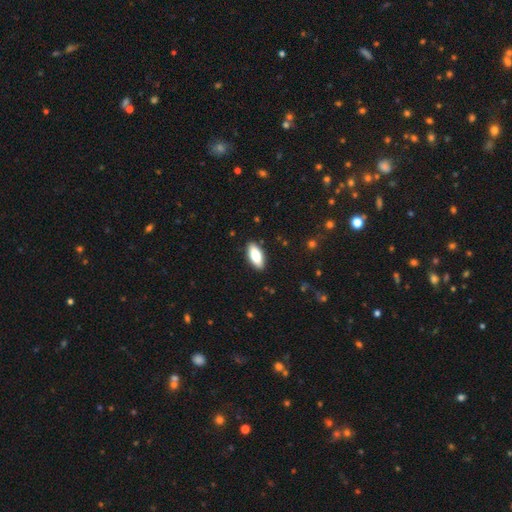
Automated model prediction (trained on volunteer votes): A smooth galaxy with no disk features (78%) that is in between round and cigar-shaped (83%). Merging: none (89%).